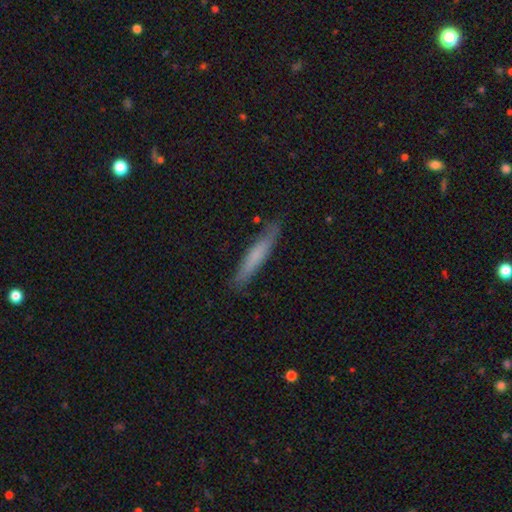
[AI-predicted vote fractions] A smooth galaxy with no disk features (65%) that is cigar-shaped (93%). Merging: none (84%).